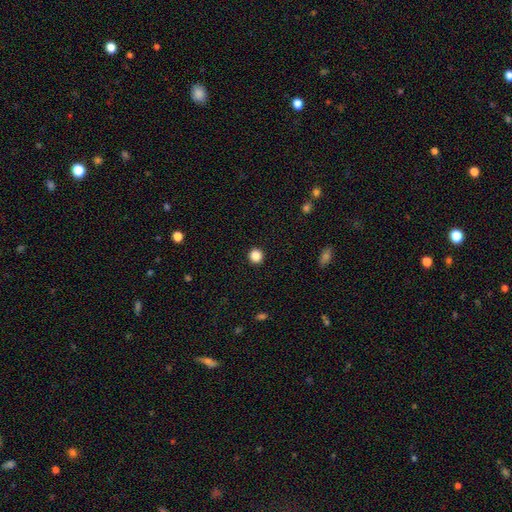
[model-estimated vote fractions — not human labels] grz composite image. It shows a smooth galaxy with no disk features (86%) that is round (92%). Merging: none (93%).